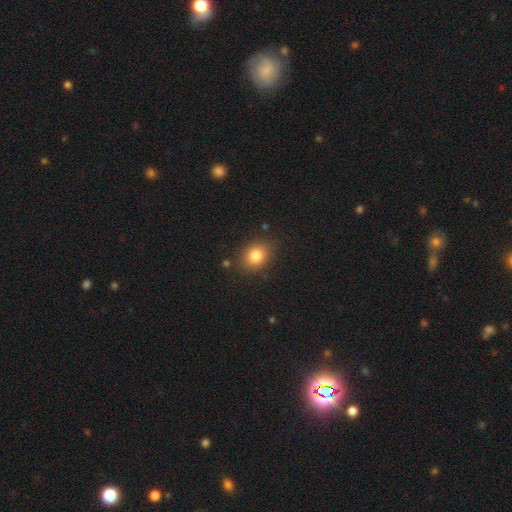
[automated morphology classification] smooth 82%, star or artifact 11%, featured or disk 8%. Down the decision tree: how rounded — round (54%); merging — none (85%).